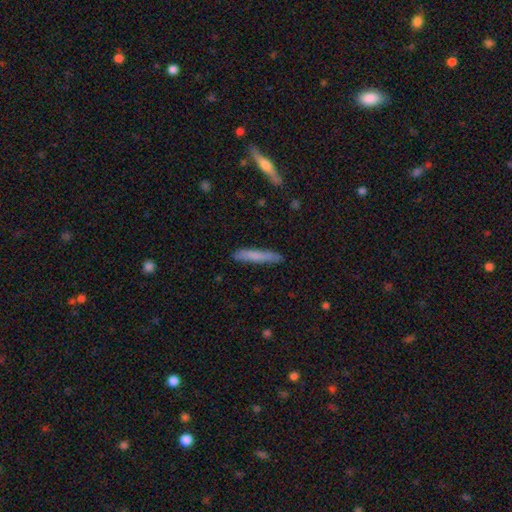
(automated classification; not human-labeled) Overall: smooth (68%). How rounded: cigar-shaped (94%). Merging: none (85%).